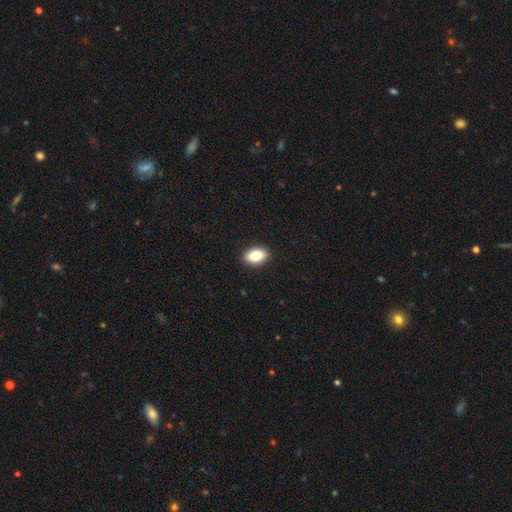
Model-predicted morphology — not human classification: Smooth or featured? Predicted: smooth (p=0.83). How rounded? Predicted: in between (p=0.87). Merging? Predicted: none (p=0.90).